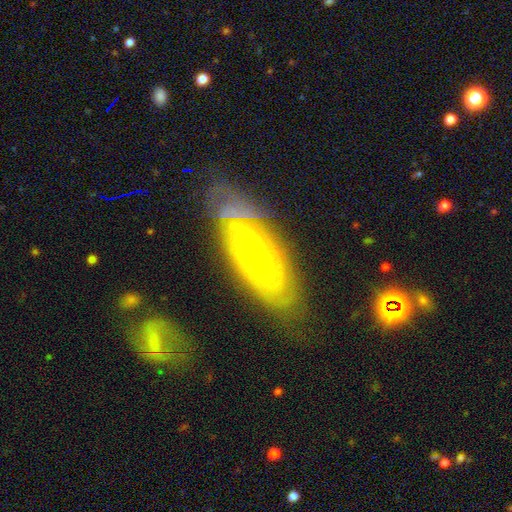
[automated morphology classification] Smooth or featured? Predicted: featured or disk (p=0.63). Edge-on disk? Predicted: no (p=0.79). Bar? Predicted: no (p=0.78). Spiral arms? Predicted: yes (p=0.64). Bulge size? Predicted: small (p=0.66). Merging? Predicted: none (p=0.69).